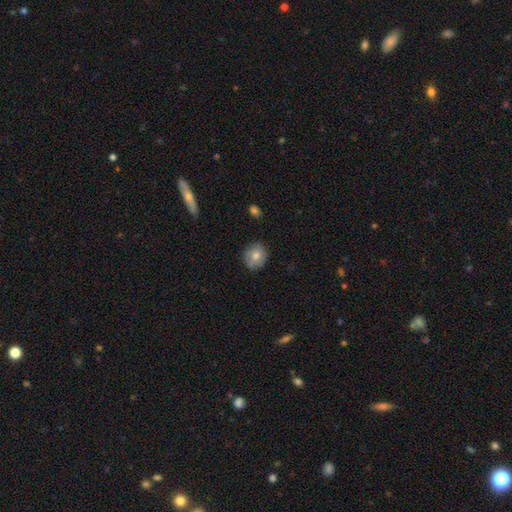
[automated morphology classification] Smooth or featured: smooth — 70% (featured or disk — 22%)
How rounded: round — 73% (in between — 26%)
Merging: none — 81% (minor disturbance — 15%)